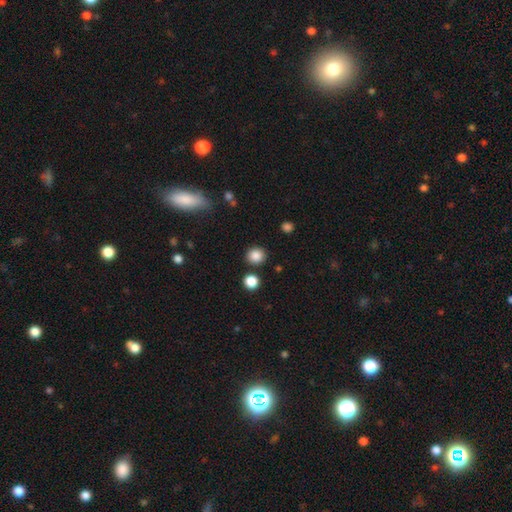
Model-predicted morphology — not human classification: This is clearly a smooth galaxy (86%). How rounded: clearly round (88%). Merging: clearly none (87%).